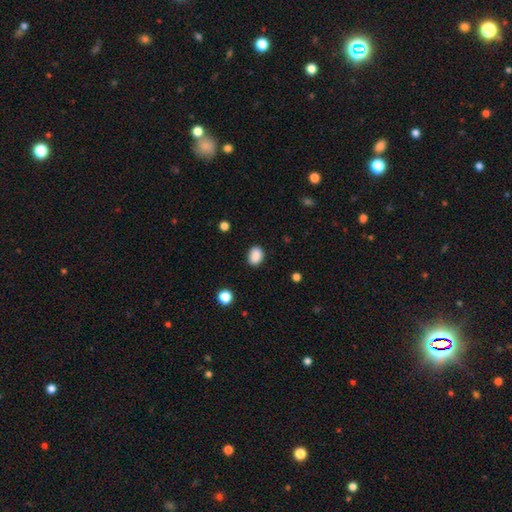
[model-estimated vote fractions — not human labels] smooth_or_featured: smooth (p=0.89) [alt: star or artifact p=0.08]
how_rounded: in between (p=0.73) [alt: round p=0.26]
merging: none (p=0.87) [alt: minor disturbance p=0.10]